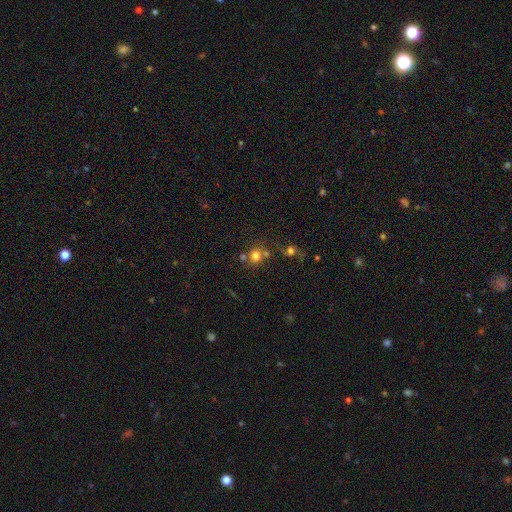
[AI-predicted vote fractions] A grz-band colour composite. It shows a smooth galaxy with no disk features (74%) that is round (85%). Merging: none (55%).